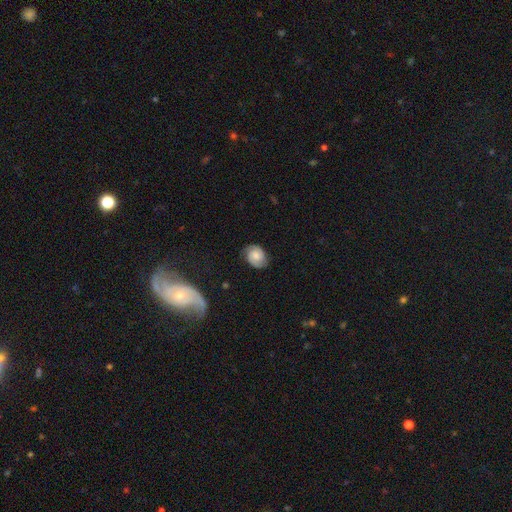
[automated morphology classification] featured or disk 57%, smooth 34%, star or artifact 8%. Down the decision tree: edge-on disk — no (97%); bar — no (68%); spiral arms — yes (92%); spiral arm count — 2 (85%); spiral winding — tight (49%); bulge size — moderate (45%); merging — none (77%).